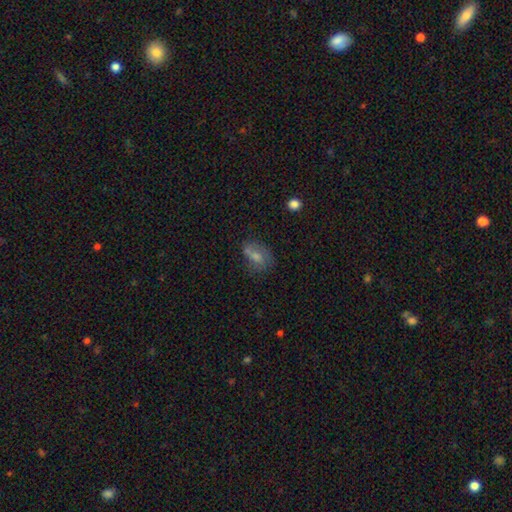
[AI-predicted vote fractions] smooth 60%, featured or disk 29%, star or artifact 11%. Down the decision tree: how rounded — in between (75%); merging — none (46%).